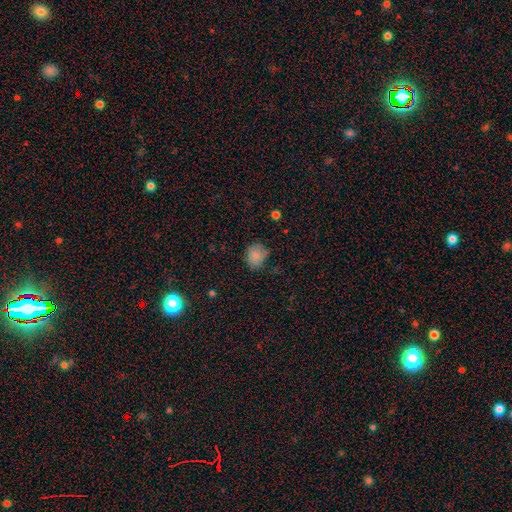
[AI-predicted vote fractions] A smooth galaxy with no disk features (82%) that is round (63%).

Vote fractions:
- Smooth or featured? smooth: 82% / star or artifact: 10% / featured or disk: 7%
- How rounded? round: 63% / in between: 36% / cigar-shaped: 1%
- Merging? none: 71% / minor disturbance: 23% / major disturbance: 5% / merger: 2%